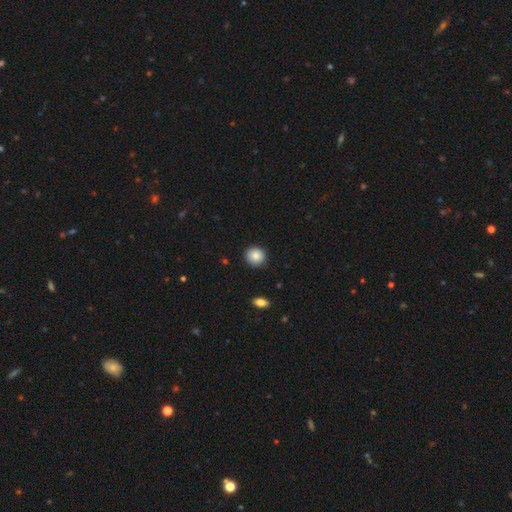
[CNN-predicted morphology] A smooth galaxy with no disk features (87%) that is round (90%). Merging: none (90%).